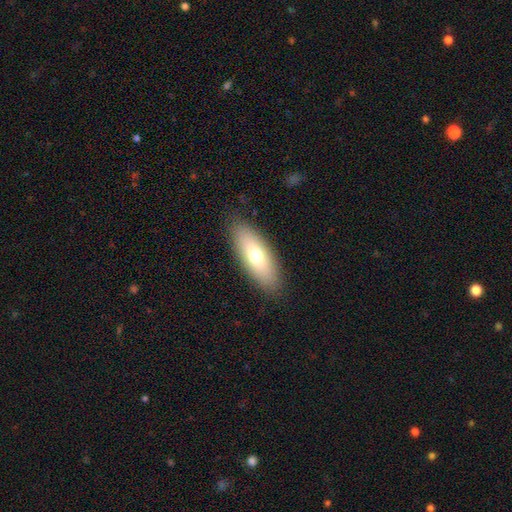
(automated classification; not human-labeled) Morphology: type=smooth (69%); roundness=in between (71%); merging=none (88%).